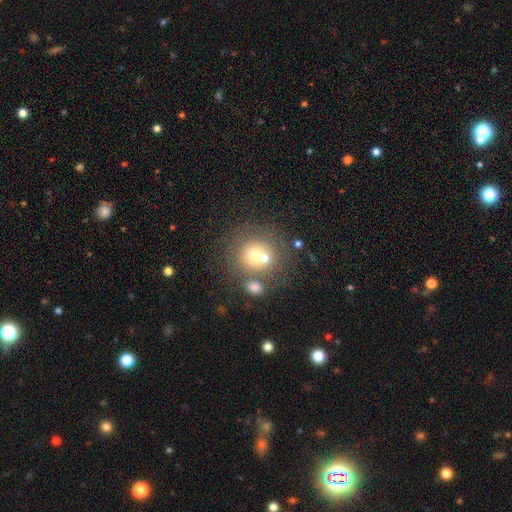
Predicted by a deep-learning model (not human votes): This appears to be a smooth galaxy with no disk features (65%) that is round (90%). Merging: none (52%).